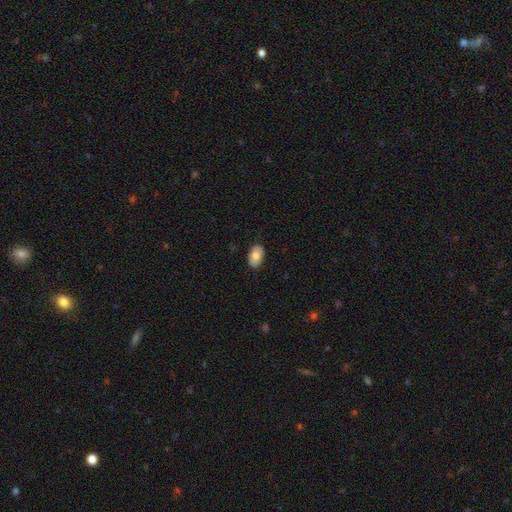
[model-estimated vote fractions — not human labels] A smooth galaxy with no disk features (81%) that is in between round and cigar-shaped (93%).

Vote fractions:
- Smooth or featured? smooth: 81% / featured or disk: 12% / star or artifact: 7%
- How rounded? in between: 93% / round: 6% / cigar-shaped: 1%
- Merging? none: 87% / minor disturbance: 10% / major disturbance: 2% / merger: 1%